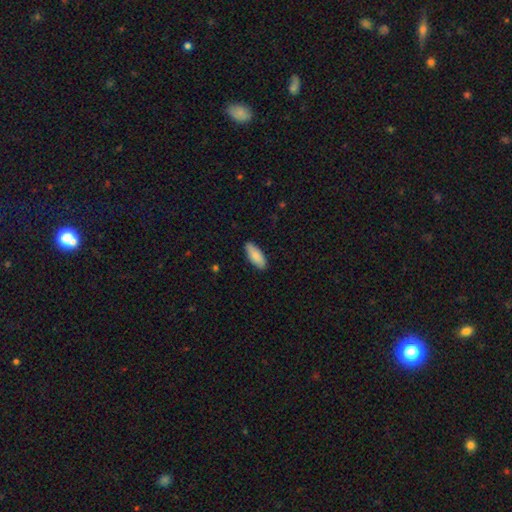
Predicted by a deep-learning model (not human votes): smooth_or_featured: smooth (p=0.86) [alt: featured or disk p=0.09]
how_rounded: in between (p=0.78) [alt: cigar-shaped p=0.20]
merging: none (p=0.87) [alt: minor disturbance p=0.10]